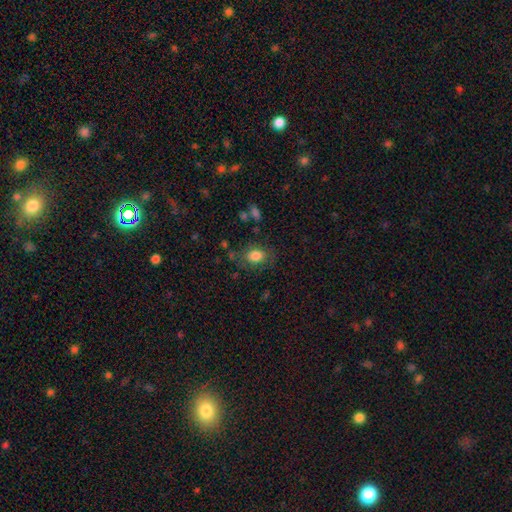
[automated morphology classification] Smooth or featured: smooth — 81% (featured or disk — 10%)
How rounded: in between — 67% (round — 32%)
Merging: none — 73% (minor disturbance — 17%)